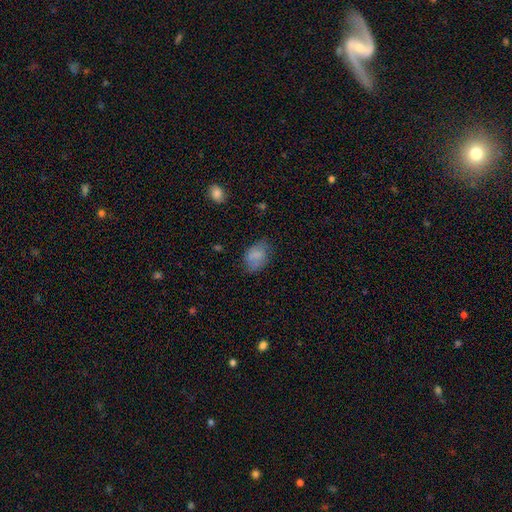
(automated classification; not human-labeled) This is likely a smooth galaxy (72%). How rounded: clearly in between (81%). Merging: likely none (61%).